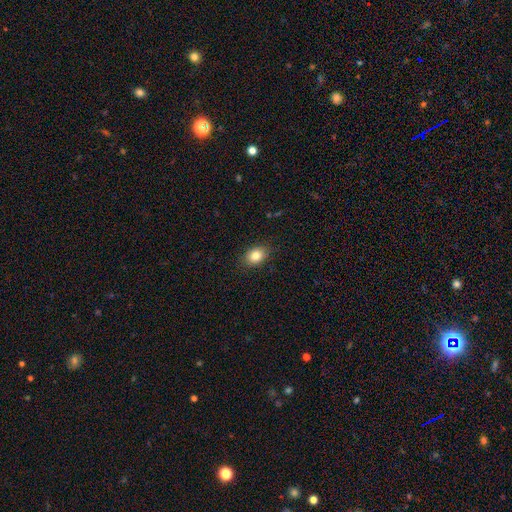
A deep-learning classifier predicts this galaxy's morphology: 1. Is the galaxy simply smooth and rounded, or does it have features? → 83% smooth, 10% star or artifact, 8% featured or disk.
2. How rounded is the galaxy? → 66% in between, 33% round, 1% cigar-shaped.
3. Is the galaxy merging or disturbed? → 87% none, 10% minor disturbance, 2% major disturbance, 1% merger.